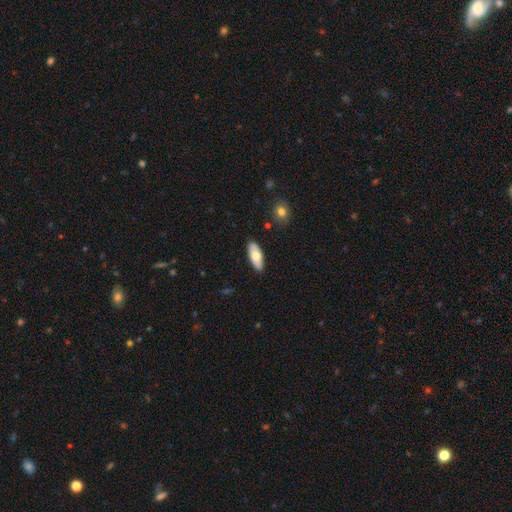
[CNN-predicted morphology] A smooth galaxy with no disk features (69%) that is in between round and cigar-shaped (77%).

Vote fractions:
- Smooth or featured? smooth: 69% / featured or disk: 25% / star or artifact: 6%
- How rounded? in between: 77% / cigar-shaped: 21% / round: 2%
- Merging? none: 88% / minor disturbance: 9% / major disturbance: 2% / merger: 1%